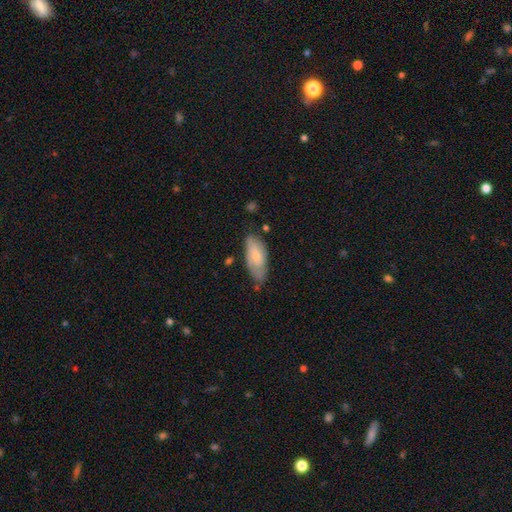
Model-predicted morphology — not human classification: Smooth or featured: smooth — 63% (featured or disk — 31%)
How rounded: in between — 86% (cigar-shaped — 12%)
Merging: none — 62% (minor disturbance — 29%)